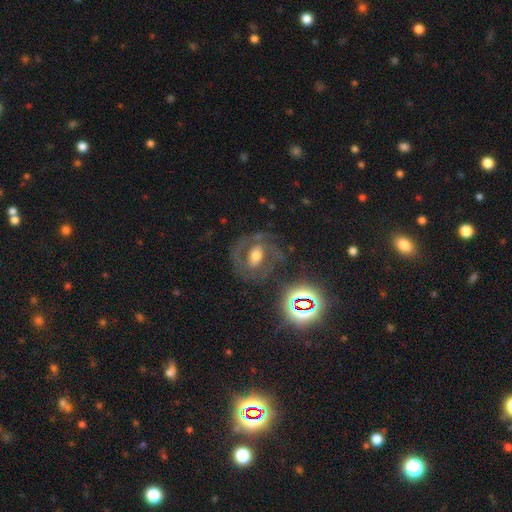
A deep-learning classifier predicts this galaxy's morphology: A featured or disk galaxy (74%) with a weak bar (38%), 2 (75%) medium (48%) spiral arms (85%) and a moderate central bulge (61%).

Vote fractions:
- Smooth or featured? featured or disk: 74% / smooth: 14% / star or artifact: 12%
- Edge-on disk? no: 97% / yes: 3%
- Bar? weak: 38% / no: 34% / strong: 28%
- Spiral arms? yes: 85% / no: 15%
- Spiral winding? medium: 48% / tight: 40% / loose: 12%
- Spiral arm count? 2: 75% / can't tell: 11% / 1: 5% / 3: 4% / 4: 2% / more than 4: 2%
- Bulge size? moderate: 61% / small: 18% / large: 17% / none: 2% / dominant: 2%
- Merging? none: 69% / minor disturbance: 15% / major disturbance: 13% / merger: 3%